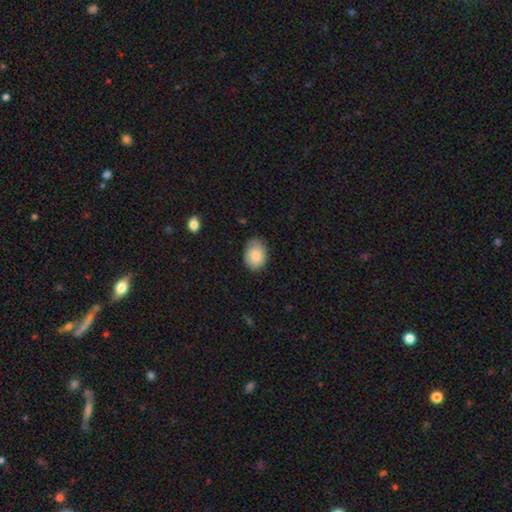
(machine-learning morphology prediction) This is clearly a smooth galaxy (83%). How rounded: likely in between (70%). Merging: likely none (74%).